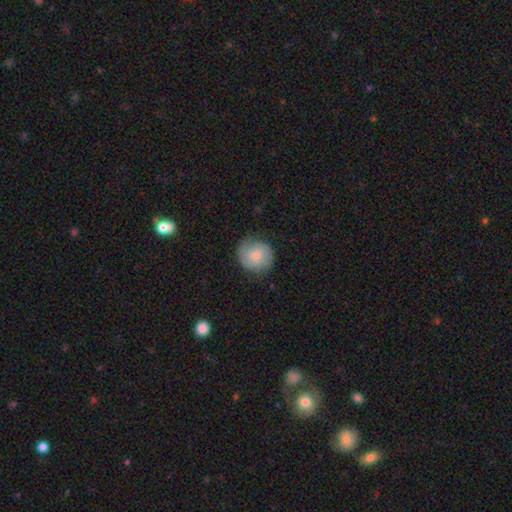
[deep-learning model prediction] A smooth galaxy with no disk features (49%).

Vote fractions:
- Smooth or featured? smooth: 49% / featured or disk: 44% / star or artifact: 7%
- Merging? none: 77% / minor disturbance: 16% / major disturbance: 5% / merger: 1%